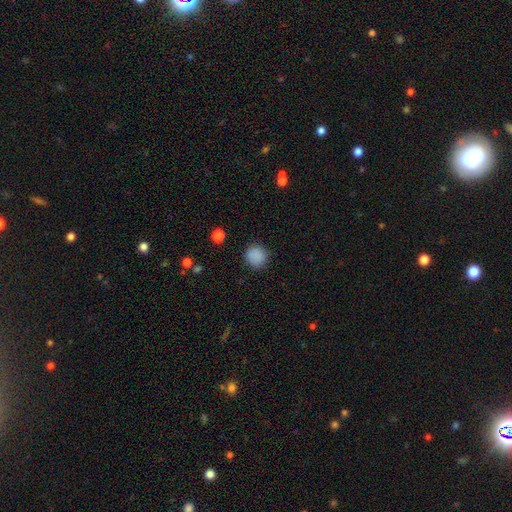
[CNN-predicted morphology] A smooth galaxy with no disk features (86%) that is round (89%).

Vote fractions:
- Smooth or featured? smooth: 86% / star or artifact: 10% / featured or disk: 4%
- How rounded? round: 89% / in between: 10% / cigar-shaped: 1%
- Merging? none: 86% / minor disturbance: 10% / major disturbance: 3% / merger: 1%